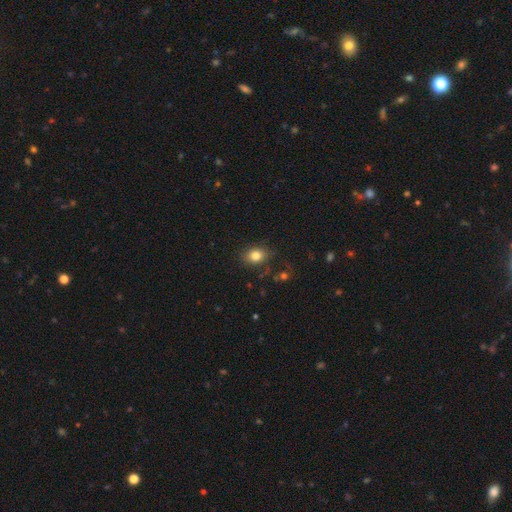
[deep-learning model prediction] smooth_or_featured: smooth (p=0.81) [alt: star or artifact p=0.11]
how_rounded: in between (p=0.55) [alt: round p=0.44]
merging: none (p=0.78) [alt: minor disturbance p=0.15]